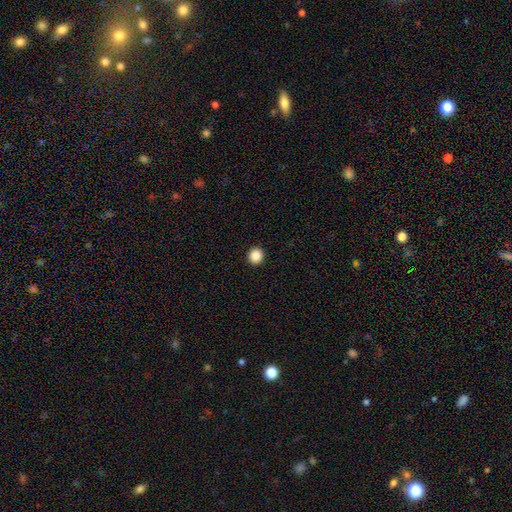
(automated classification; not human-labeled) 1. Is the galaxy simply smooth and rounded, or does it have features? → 88% smooth, 9% star or artifact, 3% featured or disk.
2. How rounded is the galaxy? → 90% round, 9% in between, 1% cigar-shaped.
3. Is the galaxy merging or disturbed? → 93% none, 4% minor disturbance, 1% major disturbance, 1% merger.